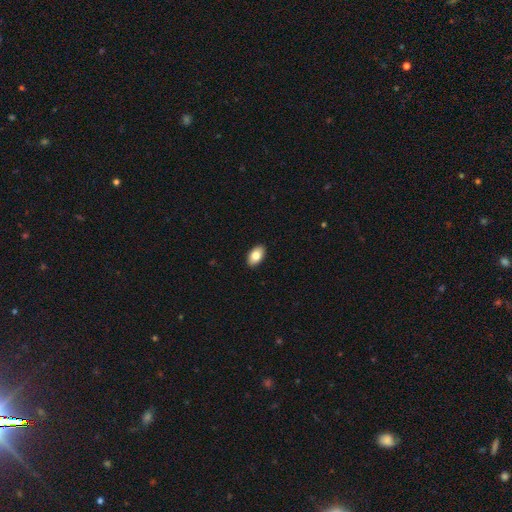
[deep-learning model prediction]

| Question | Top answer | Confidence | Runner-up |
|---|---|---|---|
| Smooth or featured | smooth | 82% | featured or disk (11%) |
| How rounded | in between | 94% | round (4%) |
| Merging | none | 91% | minor disturbance (7%) |